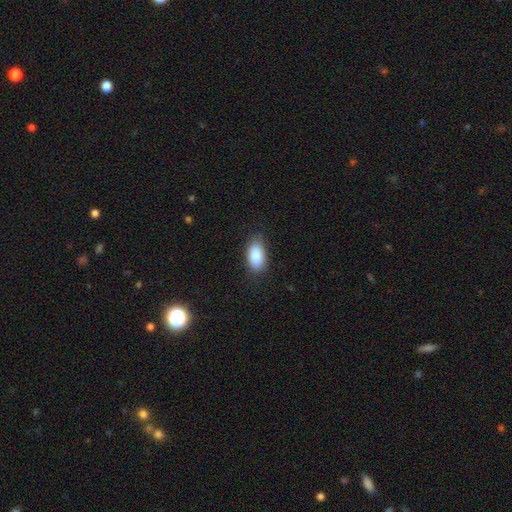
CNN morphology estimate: The model was most divided on "merging": none: 82%, minor disturbance: 14%, major disturbance: 3%, merger: 1%. More confident: how rounded — in between (92%); smooth or featured — smooth (87%).